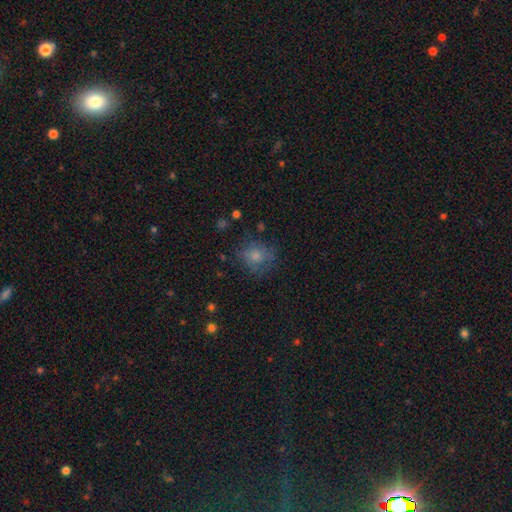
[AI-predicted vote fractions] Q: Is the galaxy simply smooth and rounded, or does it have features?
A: smooth — 71%.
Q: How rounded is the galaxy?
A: round — 76%.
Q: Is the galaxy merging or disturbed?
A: none — 65%.